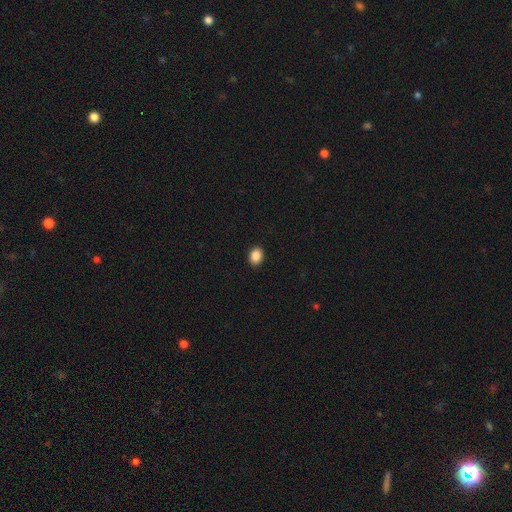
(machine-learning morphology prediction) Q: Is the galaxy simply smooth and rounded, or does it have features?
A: smooth — 88%.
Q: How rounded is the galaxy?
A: in between — 61%.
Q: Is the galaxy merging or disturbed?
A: none — 91%.